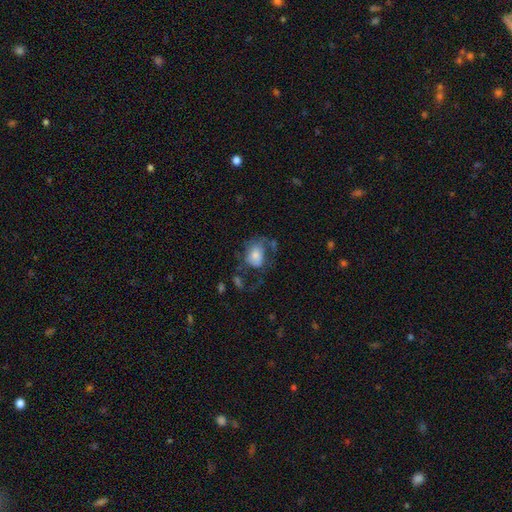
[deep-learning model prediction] Q: Smooth or featured?
A: smooth (62%); runner-up: featured or disk (29%)
Q: How rounded?
A: in between (64%); runner-up: round (35%)
Q: Merging?
A: major disturbance (42%); runner-up: none (30%)